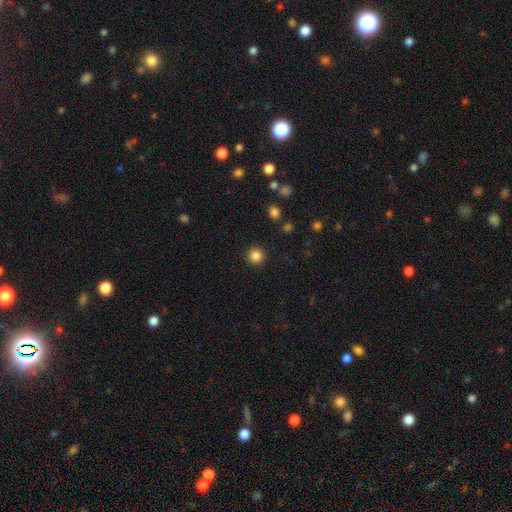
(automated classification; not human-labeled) smooth_or_featured: smooth (p=0.85) [alt: star or artifact p=0.11]
how_rounded: round (p=0.95) [alt: in between p=0.04]
merging: none (p=0.92) [alt: minor disturbance p=0.05]